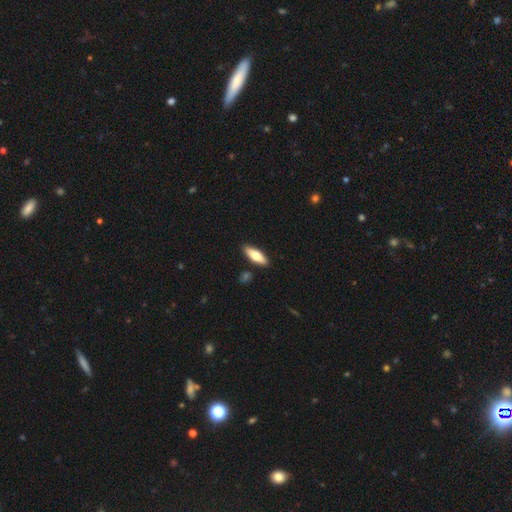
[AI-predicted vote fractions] Morphology: type=smooth (66%); roundness=in between (54%); merging=none (87%).